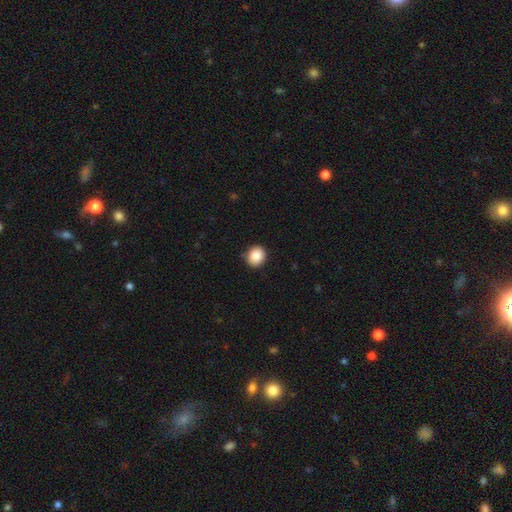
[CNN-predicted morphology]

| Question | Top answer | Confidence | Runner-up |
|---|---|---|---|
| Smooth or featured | smooth | 88% | star or artifact (8%) |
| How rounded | round | 77% | in between (22%) |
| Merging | none | 86% | minor disturbance (11%) |